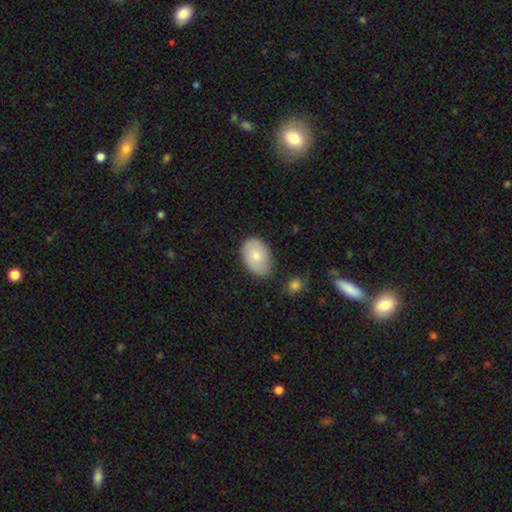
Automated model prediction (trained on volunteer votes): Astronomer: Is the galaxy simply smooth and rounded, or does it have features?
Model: smooth — 73%.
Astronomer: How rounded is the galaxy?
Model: in between — 86%.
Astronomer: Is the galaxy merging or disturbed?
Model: none — 74%.